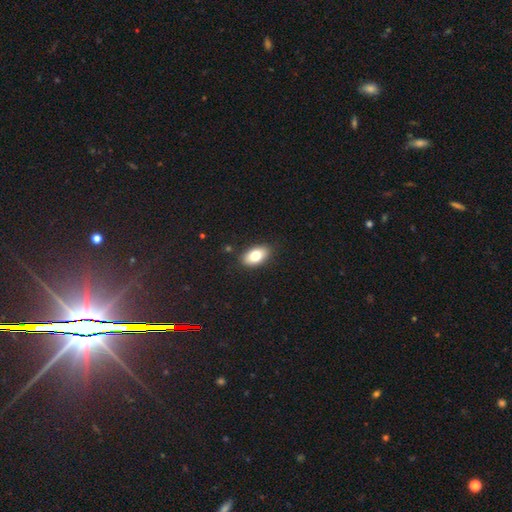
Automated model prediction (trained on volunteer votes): smooth_or_featured: smooth (p=0.80) [alt: featured or disk p=0.13]
how_rounded: in between (p=0.92) [alt: round p=0.06]
merging: none (p=0.87) [alt: minor disturbance p=0.10]